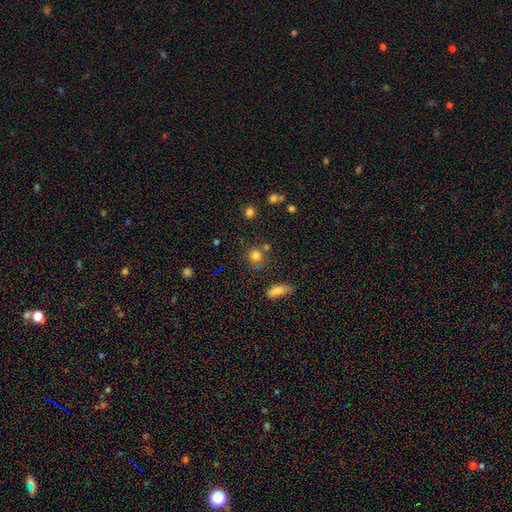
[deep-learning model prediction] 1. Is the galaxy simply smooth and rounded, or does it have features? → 79% smooth, 14% star or artifact, 7% featured or disk.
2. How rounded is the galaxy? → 81% round, 17% in between, 2% cigar-shaped.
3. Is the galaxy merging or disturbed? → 64% none, 17% merger, 14% minor disturbance, 5% major disturbance.